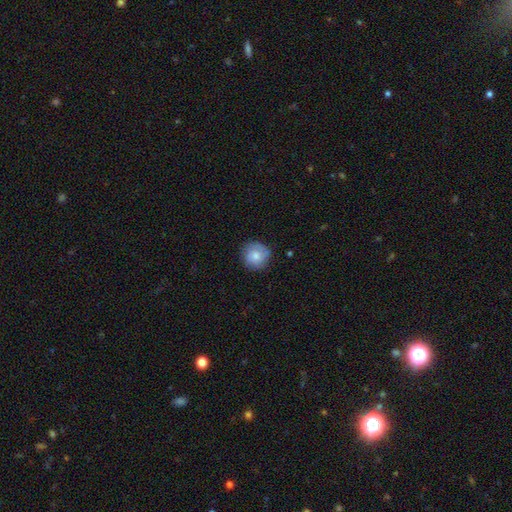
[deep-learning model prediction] This is likely a smooth galaxy (72%). How rounded: clearly round (92%). Merging: likely none (79%).